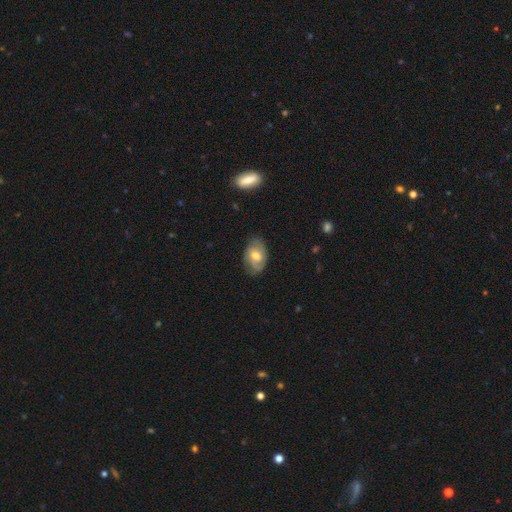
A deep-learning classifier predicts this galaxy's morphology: This appears to be a featured or disk galaxy (48%). Merging: none (70%).